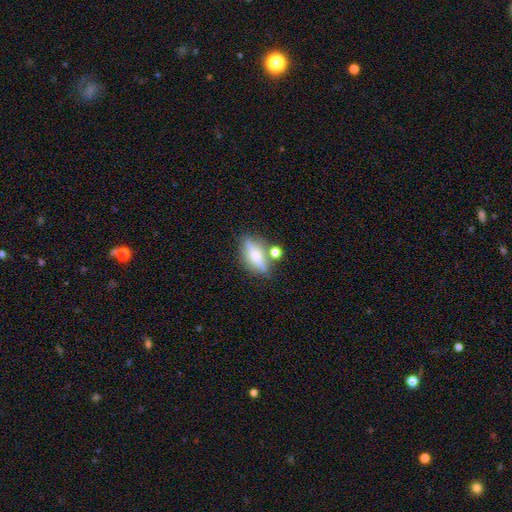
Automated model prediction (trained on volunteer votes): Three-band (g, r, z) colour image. It shows a featured or disk galaxy (54%) viewed edge-on (84%). Merging: none (72%).